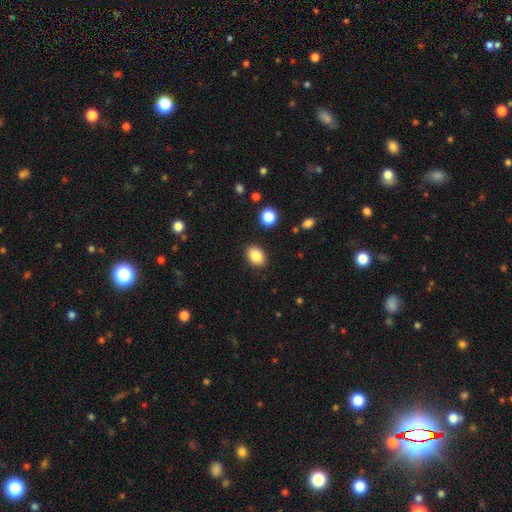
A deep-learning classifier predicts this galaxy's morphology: A smooth galaxy with no disk features (86%) that is in between round and cigar-shaped (73%).

Vote fractions:
- Smooth or featured? smooth: 86% / star or artifact: 9% / featured or disk: 5%
- How rounded? in between: 73% / round: 26% / cigar-shaped: 1%
- Merging? none: 88% / minor disturbance: 8% / major disturbance: 2% / merger: 2%